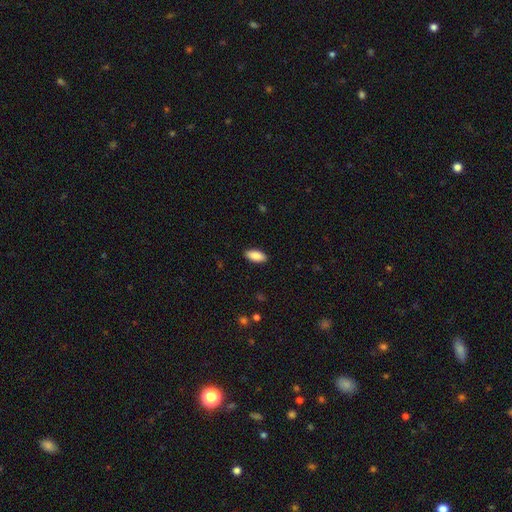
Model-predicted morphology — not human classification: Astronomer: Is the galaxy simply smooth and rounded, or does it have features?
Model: smooth — 89%.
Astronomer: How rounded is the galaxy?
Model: in between — 88%.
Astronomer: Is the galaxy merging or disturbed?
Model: none — 90%.